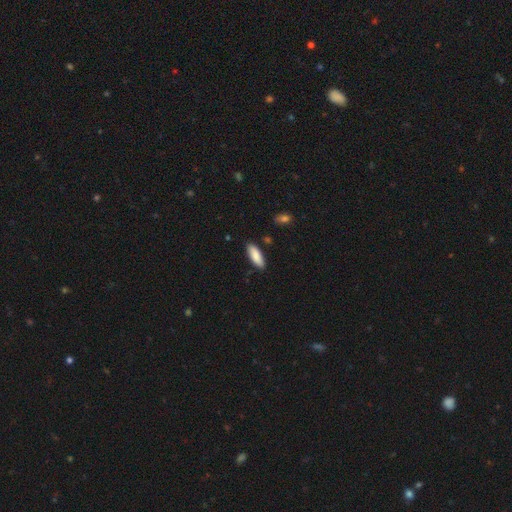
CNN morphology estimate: The model was most divided on "how rounded": in between: 64%, cigar-shaped: 34%, round: 2%. More confident: smooth or featured — smooth (87%); merging — none (86%).